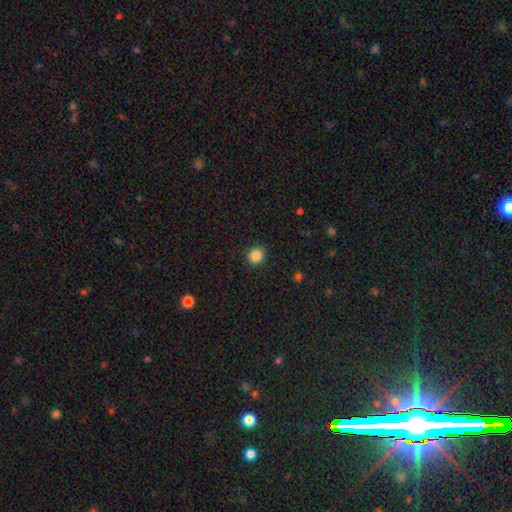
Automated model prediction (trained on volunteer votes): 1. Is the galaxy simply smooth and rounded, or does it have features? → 86% smooth, 10% star or artifact, 4% featured or disk.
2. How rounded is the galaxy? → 83% round, 16% in between, 1% cigar-shaped.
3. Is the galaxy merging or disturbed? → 91% none, 6% minor disturbance, 2% major disturbance, 1% merger.